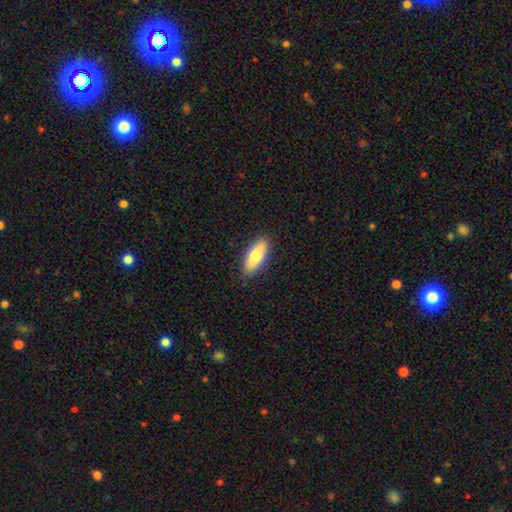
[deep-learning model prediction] Smooth or featured?
  - smooth: 72% *
  - featured or disk: 22%
  - star or artifact: 6%
How rounded?
  - in between: 71% *
  - cigar-shaped: 27%
  - round: 3%
Merging?
  - none: 89% *
  - minor disturbance: 8%
  - major disturbance: 2%
  - merger: 1%